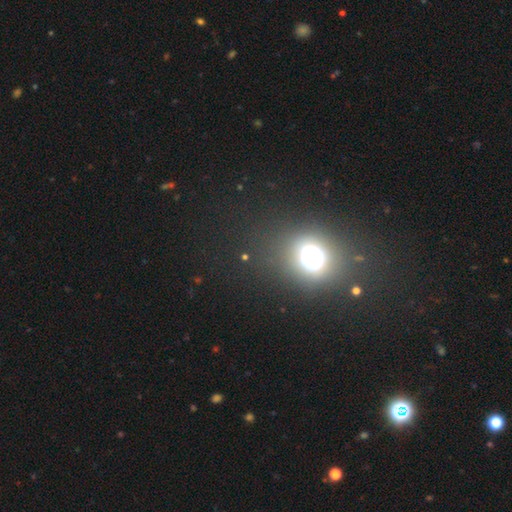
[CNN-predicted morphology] Overall: smooth (53%; star or artifact 35%). How rounded: round (56%; in between 41%). Merging: none (84%).